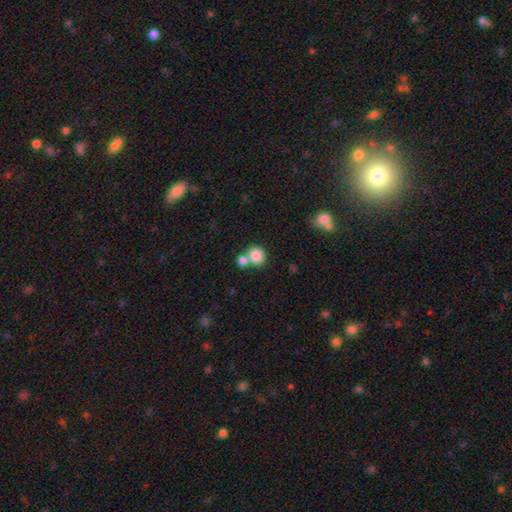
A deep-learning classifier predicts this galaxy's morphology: Smooth or featured: smooth — 84% (star or artifact — 9%)
How rounded: round — 82% (in between — 17%)
Merging: none — 53% (merger — 35%)